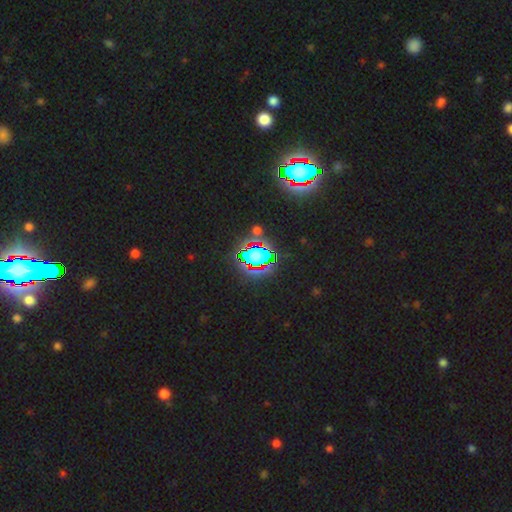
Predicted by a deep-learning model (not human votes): Smooth or featured? Predicted: star or artifact (p=0.70).